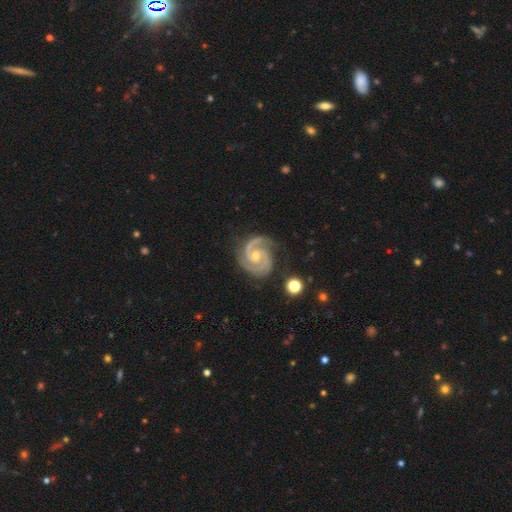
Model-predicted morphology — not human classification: This is clearly a featured or disk galaxy (94%). It is clearly not viewed edge-on (98%). Bar: likely no (63%). Spiral arm pattern: clearly yes (99%). Spiral arm count: clearly 2 (85%). Spiral winding: possibly tight (57%). Central bulge: possibly moderate (49%). Merging: likely none (80%).